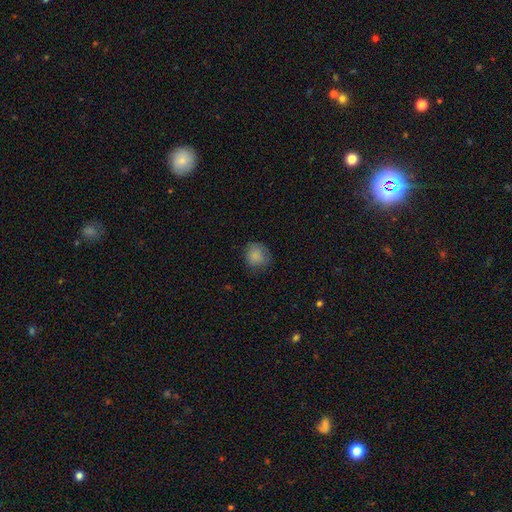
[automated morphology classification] Smooth or featured? smooth (84%)
How rounded? round (82%)
Merging? none (73%)